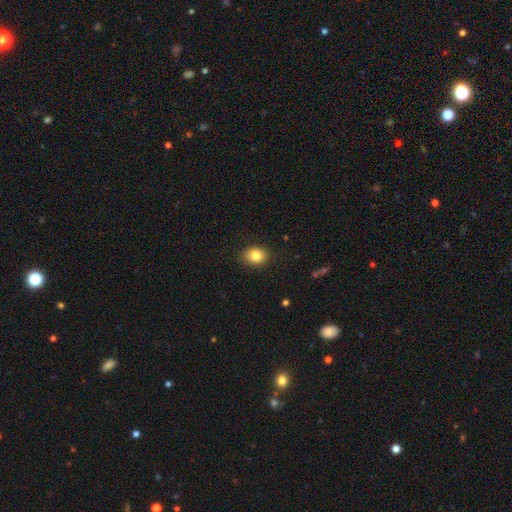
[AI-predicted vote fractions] smooth 84%, star or artifact 9%, featured or disk 7%. Down the decision tree: how rounded — in between (54%); merging — none (86%).